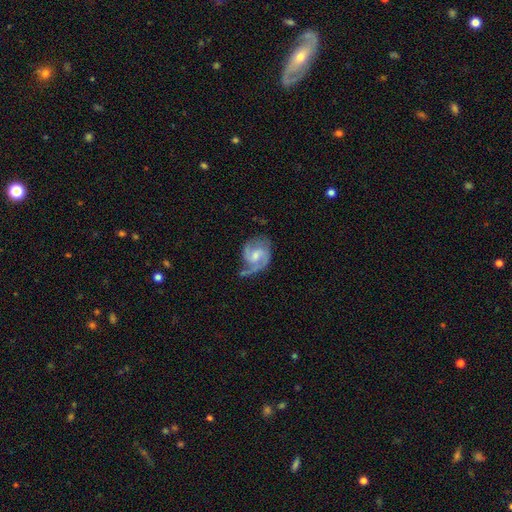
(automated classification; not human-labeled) smooth_or_featured: featured or disk (p=0.86) [alt: smooth p=0.10]
disk_edge_on: no (p=0.98) [alt: yes p=0.02]
bar: weak (p=0.53) [alt: no p=0.36]
has_spiral_arms: yes (p=0.96) [alt: no p=0.04]
spiral_winding: medium (p=0.53) [alt: tight p=0.28]
spiral_arm_count: 2 (p=0.77) [alt: 1 p=0.07]
bulge_size: moderate (p=0.50) [alt: small p=0.35]
merging: none (p=0.52) [alt: minor disturbance p=0.27]